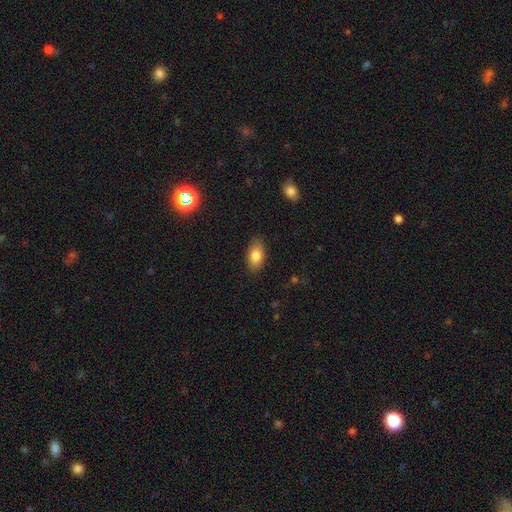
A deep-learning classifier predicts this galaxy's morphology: smooth 82%, featured or disk 10%, star or artifact 8%. Down the decision tree: how rounded — in between (91%); merging — none (84%).